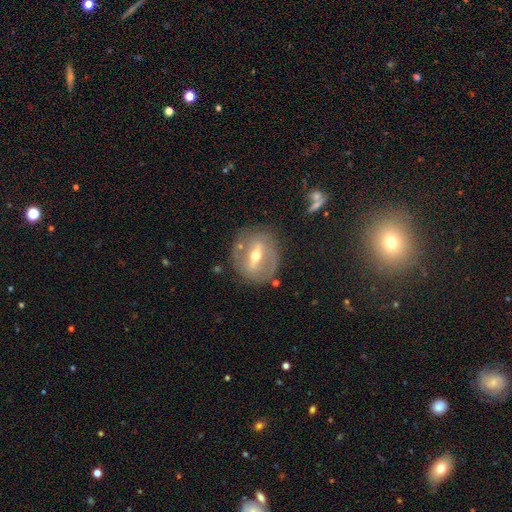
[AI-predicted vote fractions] Overall: featured or disk (75%). Edge-on disk: no (83%). Bar: strong (64%; weak 27%). Spiral arms: no (53%; yes 47%). Bulge size: moderate (66%; small 29%). Merging: none (79%).